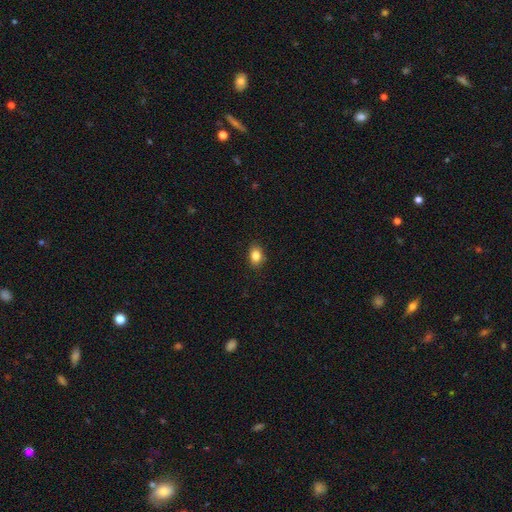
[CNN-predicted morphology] smooth-or-featured: smooth: 84% | star or artifact: 10% | featured or disk: 6%
  how-rounded: in between: 74% | round: 25% | cigar-shaped: 1%
  merging: none: 88% | minor disturbance: 9% | major disturbance: 2% | merger: 1%